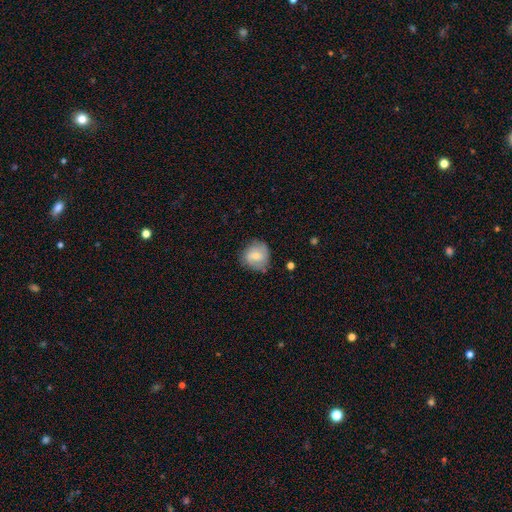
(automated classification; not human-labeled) This appears to be a smooth galaxy with no disk features (61%) that is round (83%). Merging: none (71%).